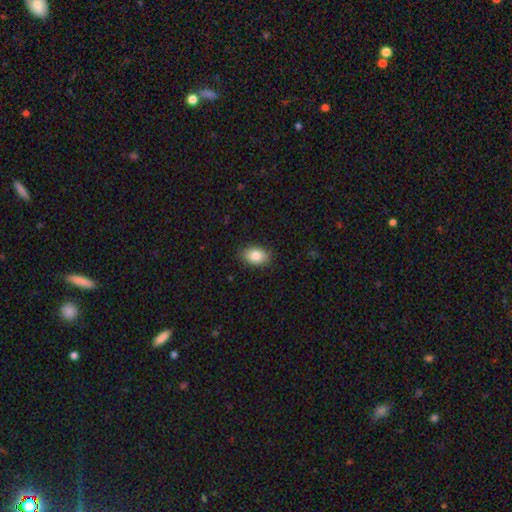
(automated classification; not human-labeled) Smooth or featured: smooth — 84% (featured or disk — 8%)
How rounded: in between — 84% (round — 15%)
Merging: none — 87% (minor disturbance — 10%)